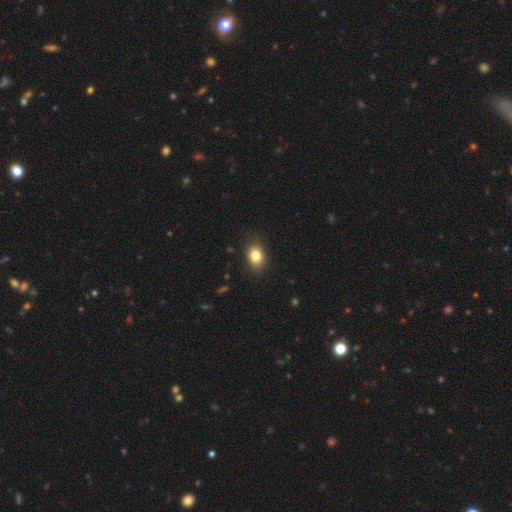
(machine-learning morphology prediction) Smooth or featured? Predicted: smooth (p=0.83). How rounded? Predicted: in between (p=0.70). Merging? Predicted: none (p=0.85).